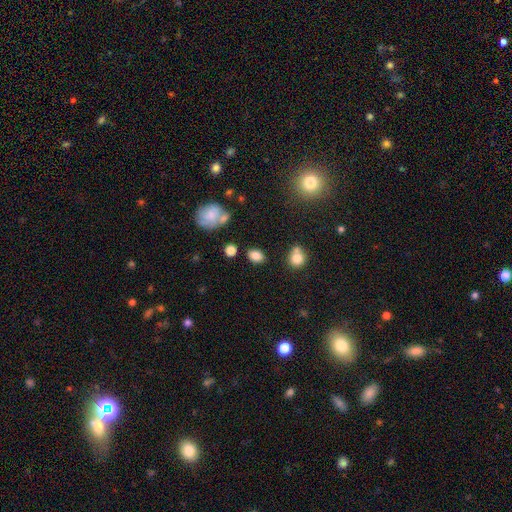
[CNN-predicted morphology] This is clearly a smooth galaxy (83%). How rounded: likely in between (74%). Merging: likely none (78%).